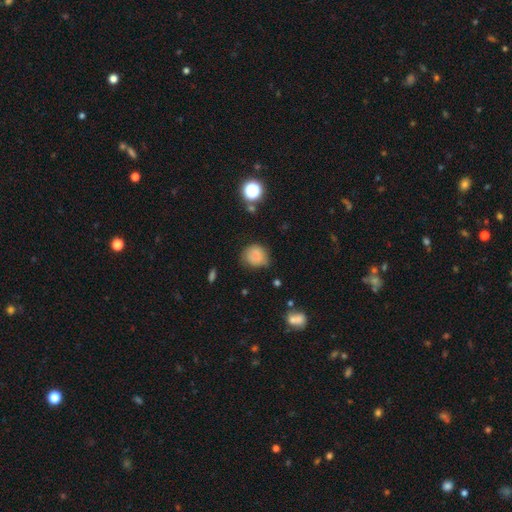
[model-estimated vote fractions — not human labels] smooth-or-featured: smooth: 73% | featured or disk: 14% | star or artifact: 13%
  how-rounded: round: 77% | in between: 22% | cigar-shaped: 1%
  merging: none: 65% | minor disturbance: 23% | major disturbance: 8% | merger: 4%